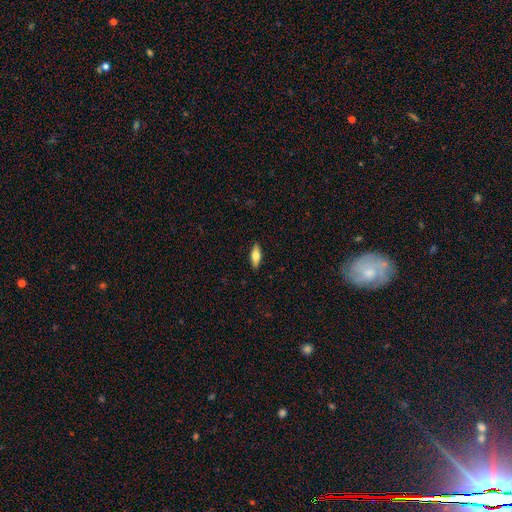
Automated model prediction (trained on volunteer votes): The model was most divided on "how rounded": in between: 64%, cigar-shaped: 34%, round: 3%. More confident: merging — none (89%); smooth or featured — smooth (64%).